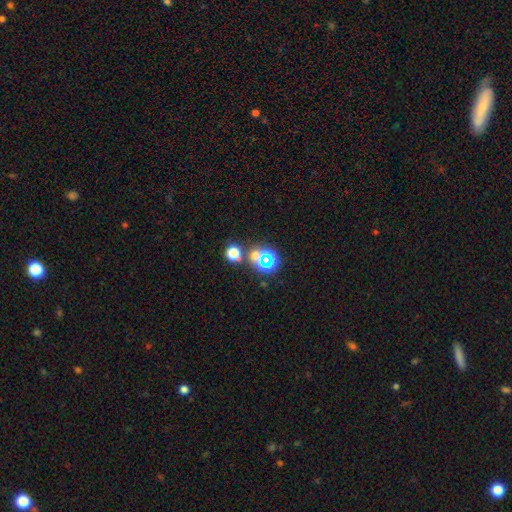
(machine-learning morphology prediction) smooth_or_featured: star or artifact (p=0.50) [alt: smooth p=0.37]